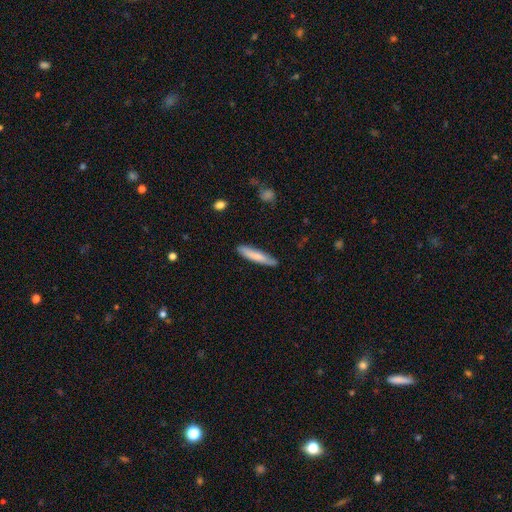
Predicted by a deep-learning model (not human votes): smooth-or-featured: smooth: 75% | featured or disk: 19% | star or artifact: 6%
  how-rounded: cigar-shaped: 88% | in between: 11% | round: 1%
  merging: none: 82% | minor disturbance: 15% | major disturbance: 2% | merger: 1%